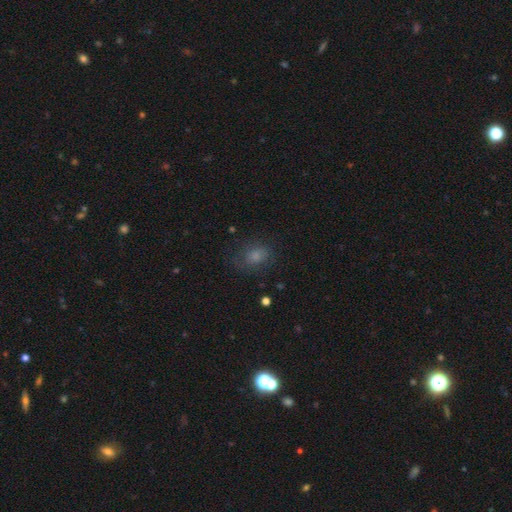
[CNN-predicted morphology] Q: Smooth or featured?
A: smooth (72%); runner-up: star or artifact (14%)
Q: How rounded?
A: in between (60%); runner-up: round (39%)
Q: Merging?
A: none (68%); runner-up: minor disturbance (19%)